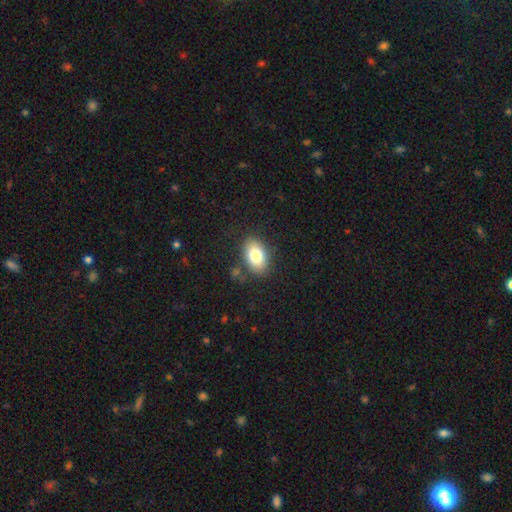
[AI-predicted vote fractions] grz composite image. It shows a smooth galaxy with no disk features (79%) that is in between round and cigar-shaped (88%). Merging: none (82%).